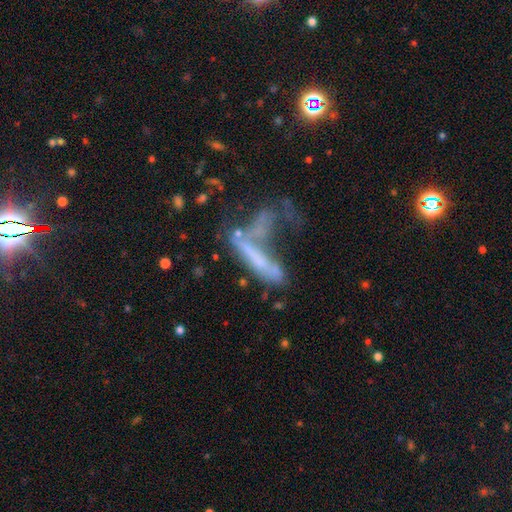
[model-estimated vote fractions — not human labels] smooth-or-featured: featured or disk: 44% | smooth: 40% | star or artifact: 16%
  merging: merger: 36% | major disturbance: 33% | none: 19% | minor disturbance: 12%